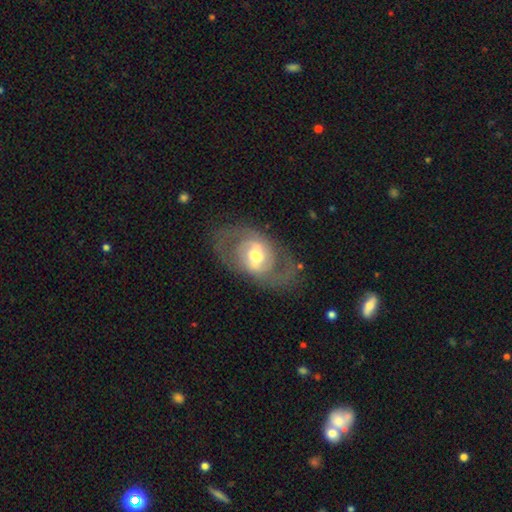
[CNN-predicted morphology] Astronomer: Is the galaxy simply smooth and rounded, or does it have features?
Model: featured or disk — 72%.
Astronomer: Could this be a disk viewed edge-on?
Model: no — 93%.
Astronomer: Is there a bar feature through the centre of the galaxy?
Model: weak — 41% (runner-up: strong, 30%).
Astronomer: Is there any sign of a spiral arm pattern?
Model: yes — 56% (runner-up: no, 44%).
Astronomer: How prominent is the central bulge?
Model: moderate — 66%.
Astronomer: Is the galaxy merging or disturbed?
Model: none — 73%.